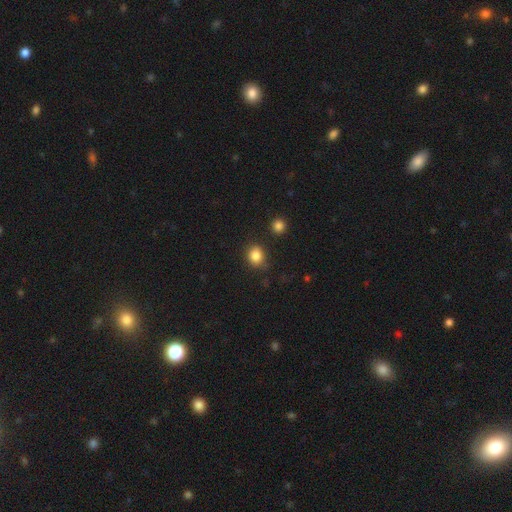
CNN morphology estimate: smooth 85%, star or artifact 11%, featured or disk 5%. Down the decision tree: how rounded — round (69%); merging — none (80%).